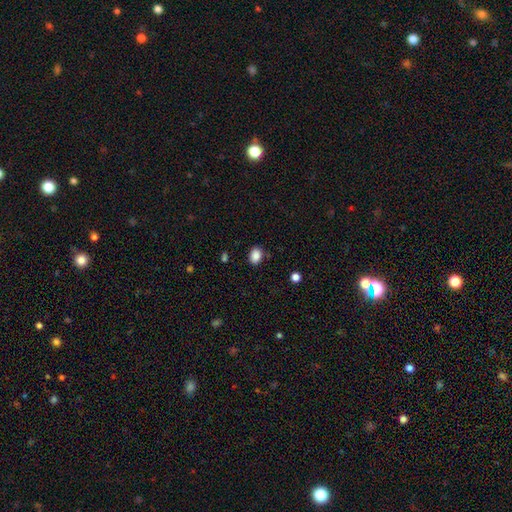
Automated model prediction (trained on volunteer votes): smooth_or_featured: smooth (p=0.87) [alt: star or artifact p=0.09]
how_rounded: in between (p=0.71) [alt: round p=0.28]
merging: none (p=0.83) [alt: minor disturbance p=0.11]